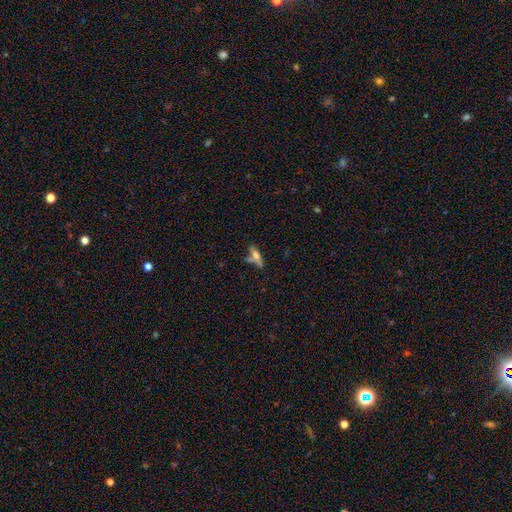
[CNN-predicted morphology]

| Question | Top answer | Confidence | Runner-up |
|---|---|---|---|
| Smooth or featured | smooth | 55% | featured or disk (37%) |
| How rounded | cigar-shaped | 56% | in between (41%) |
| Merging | none | 56% | merger (21%) |